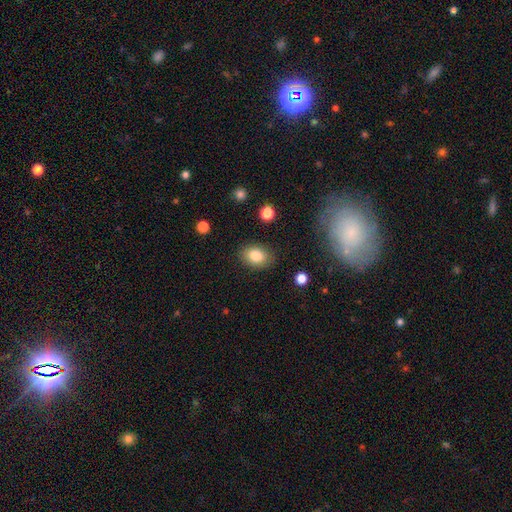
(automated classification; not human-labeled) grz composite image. It shows a smooth galaxy with no disk features (83%) that is in between round and cigar-shaped (73%). Merging: none (85%).